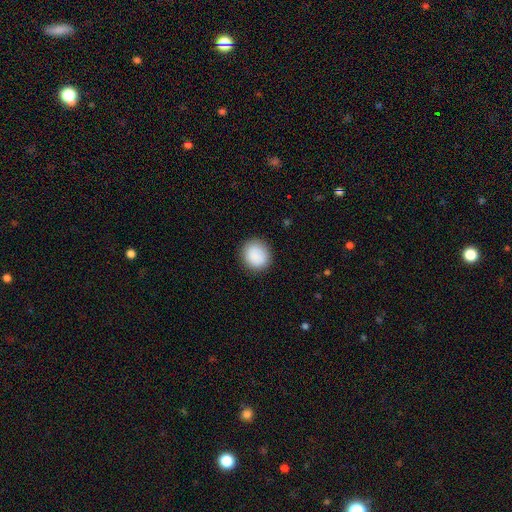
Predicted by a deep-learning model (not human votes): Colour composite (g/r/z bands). It shows a smooth galaxy with no disk features (89%) that is round (80%). Merging: none (88%).